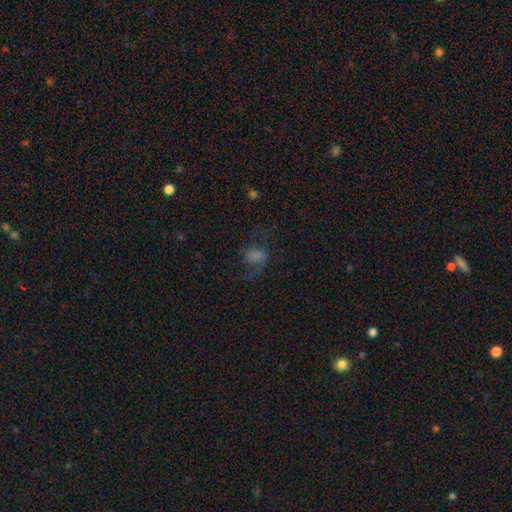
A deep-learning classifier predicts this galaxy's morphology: Smooth or featured: smooth — 41% (featured or disk — 39%)
Merging: none — 56% (major disturbance — 24%)